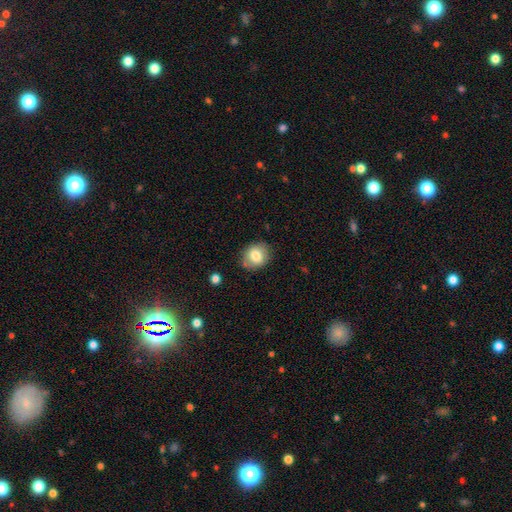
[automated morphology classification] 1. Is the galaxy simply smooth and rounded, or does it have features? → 79% smooth, 13% featured or disk, 9% star or artifact.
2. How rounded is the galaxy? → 64% round, 35% in between, 1% cigar-shaped.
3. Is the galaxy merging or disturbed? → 80% none, 15% minor disturbance, 3% major disturbance, 2% merger.